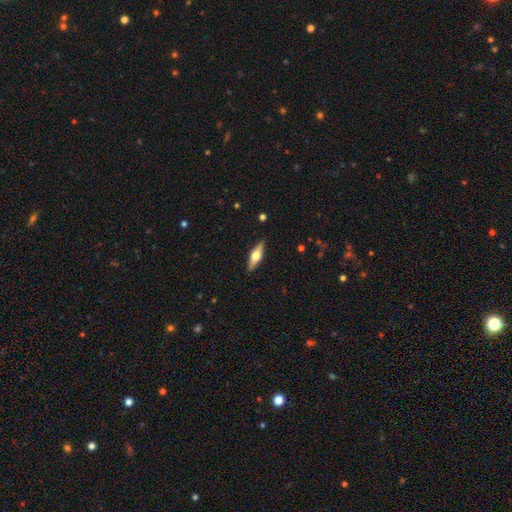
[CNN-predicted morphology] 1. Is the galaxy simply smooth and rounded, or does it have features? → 61% featured or disk, 33% smooth, 6% star or artifact.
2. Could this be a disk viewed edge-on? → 95% yes, 5% no.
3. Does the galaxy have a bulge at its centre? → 94% rounded, 4% boxy, 2% none.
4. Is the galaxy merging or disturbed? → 89% none, 8% minor disturbance, 2% major disturbance, 1% merger.